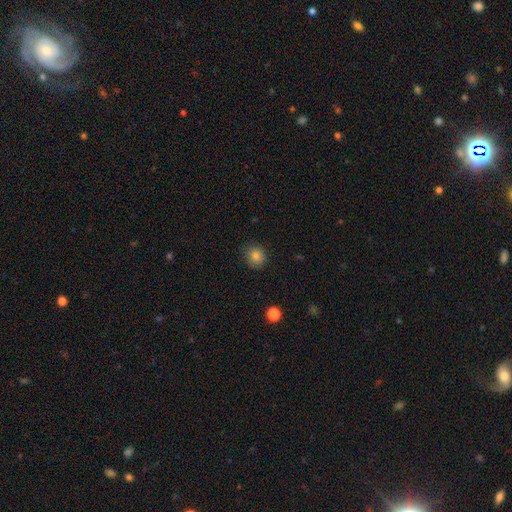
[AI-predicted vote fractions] Smooth or featured?
  - smooth: 83% *
  - star or artifact: 11%
  - featured or disk: 6%
How rounded?
  - round: 82% *
  - in between: 17%
  - cigar-shaped: 1%
Merging?
  - none: 86% *
  - minor disturbance: 11%
  - major disturbance: 2%
  - merger: 1%